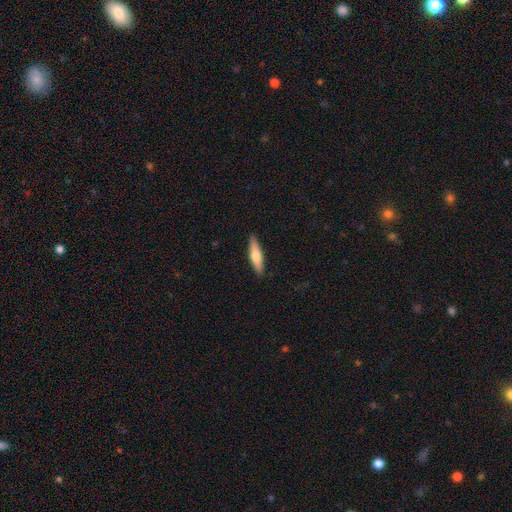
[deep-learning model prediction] The model was most divided on "smooth or featured": smooth: 64%, featured or disk: 31%, star or artifact: 5%. More confident: merging — none (89%); how rounded — cigar-shaped (74%).